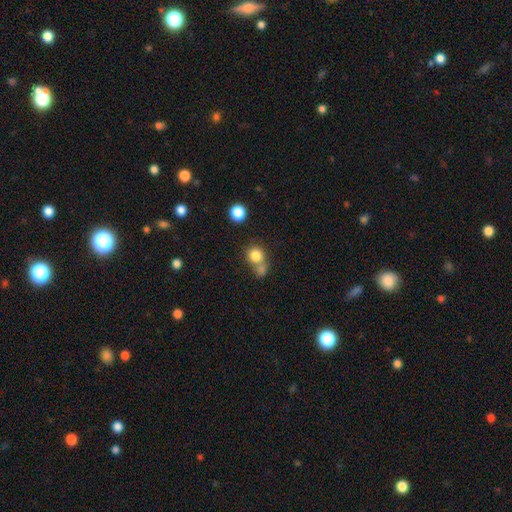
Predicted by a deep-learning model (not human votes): smooth-or-featured: smooth: 80% | star or artifact: 11% | featured or disk: 8%
  how-rounded: round: 84% | in between: 15% | cigar-shaped: 1%
  merging: none: 45% | merger: 41% | minor disturbance: 9% | major disturbance: 5%